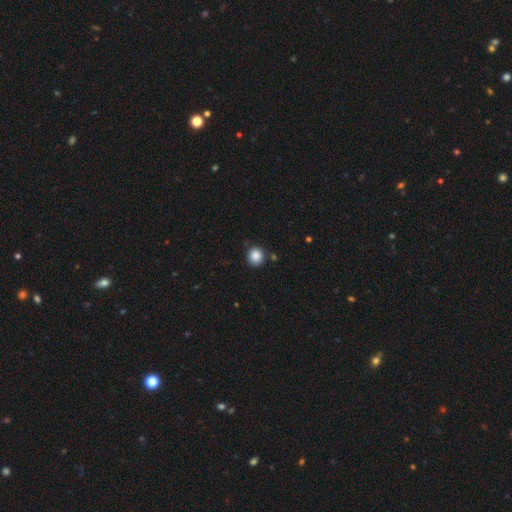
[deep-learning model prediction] A smooth galaxy with no disk features (87%) that is round (90%). Merging: none (85%).